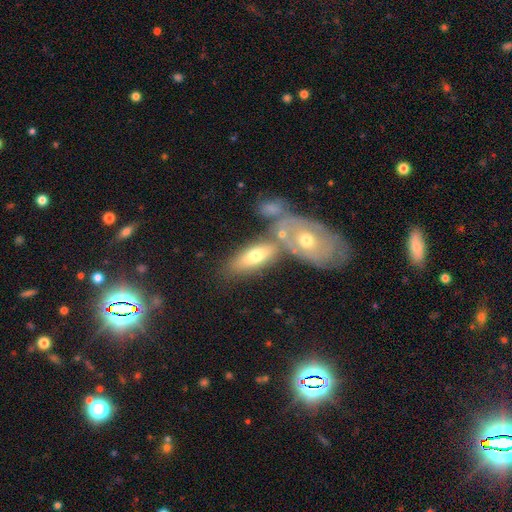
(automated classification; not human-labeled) Q: Smooth or featured?
A: smooth (54%); runner-up: featured or disk (39%)
Q: How rounded?
A: in between (73%); runner-up: cigar-shaped (23%)
Q: Merging?
A: none (42%); runner-up: merger (39%)